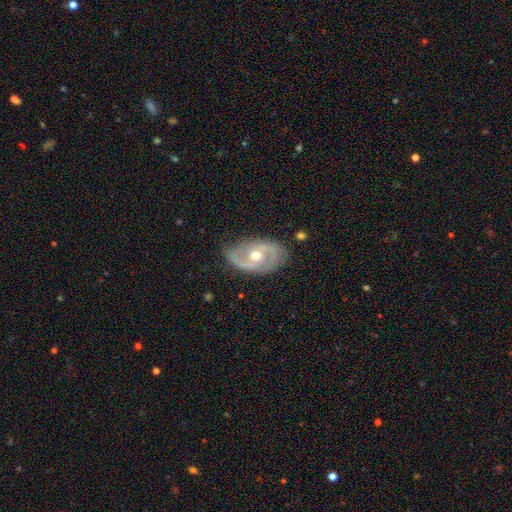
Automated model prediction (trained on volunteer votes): Overall: featured or disk (83%). Edge-on disk: no (95%). Bar: no (56%; weak 33%). Spiral arms: yes (89%). Spiral arm count: 2 (83%). Spiral winding: medium (44%; loose 30%). Bulge size: moderate (73%). Merging: none (75%).